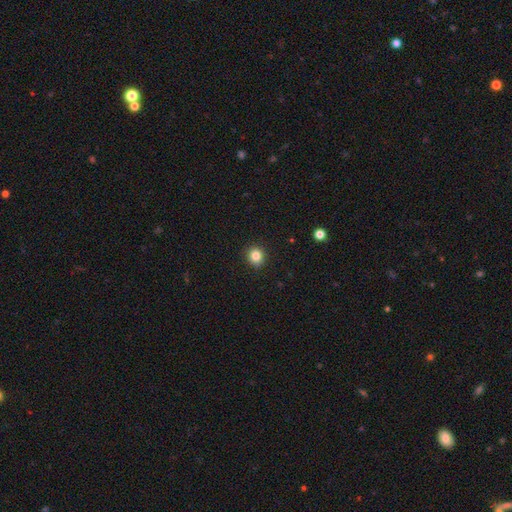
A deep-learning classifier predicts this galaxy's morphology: type=smooth (84%); roundness=round (85%); merging=none (91%).